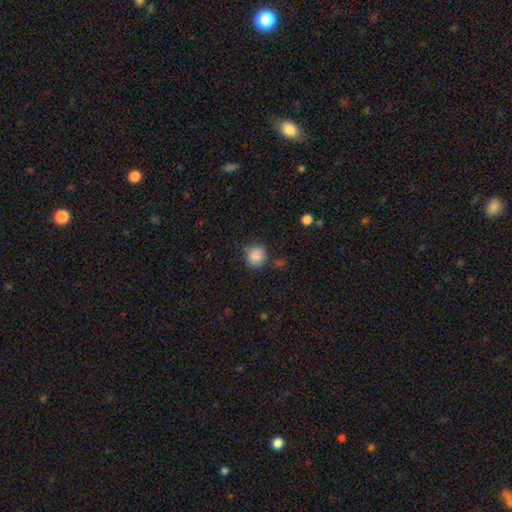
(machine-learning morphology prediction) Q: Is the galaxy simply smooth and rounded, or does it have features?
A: smooth — 86%.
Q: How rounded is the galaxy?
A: round — 91%.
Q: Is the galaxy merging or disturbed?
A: none — 76%.